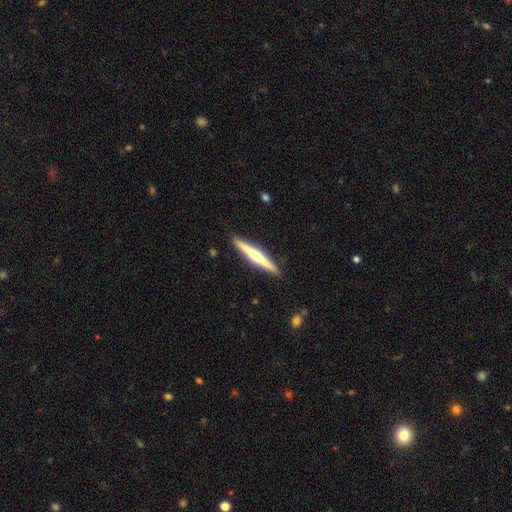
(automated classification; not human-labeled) Smooth or featured: featured or disk — 72% (smooth — 24%)
Edge-on disk: yes — 98% (no — 2%)
Edge-on bulge: rounded — 89% (none — 7%)
Merging: none — 91% (minor disturbance — 6%)